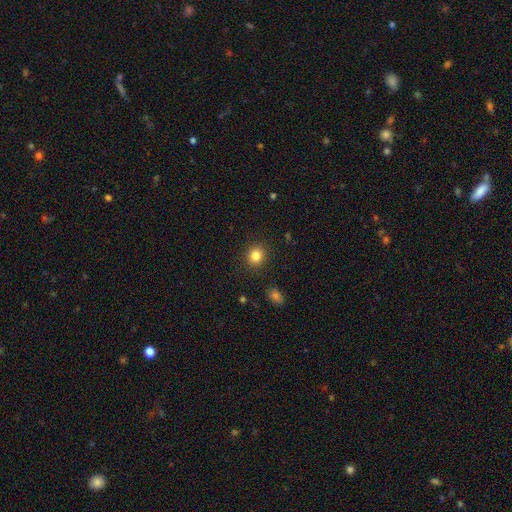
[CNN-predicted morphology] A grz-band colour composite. It shows a smooth galaxy with no disk features (84%) that is round (81%). Merging: none (90%).